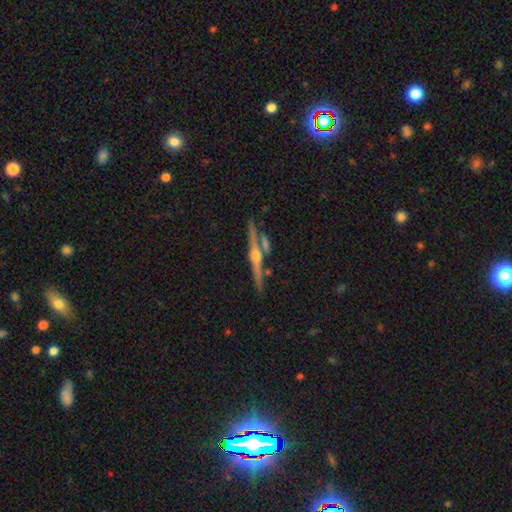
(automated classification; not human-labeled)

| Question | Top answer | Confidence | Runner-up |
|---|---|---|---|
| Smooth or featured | featured or disk | 81% | smooth (12%) |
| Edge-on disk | yes | 97% | no (3%) |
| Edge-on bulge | rounded | 90% | none (5%) |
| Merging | none | 76% | merger (11%) |